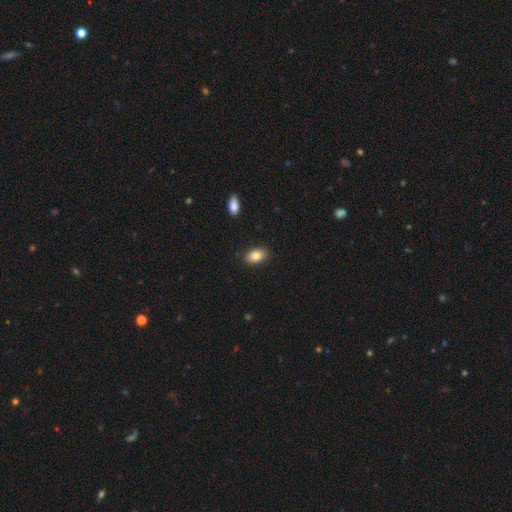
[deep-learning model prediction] smooth-or-featured: smooth: 83% | featured or disk: 9% | star or artifact: 8%
  how-rounded: in between: 90% | round: 8% | cigar-shaped: 2%
  merging: none: 87% | minor disturbance: 10% | major disturbance: 2% | merger: 1%